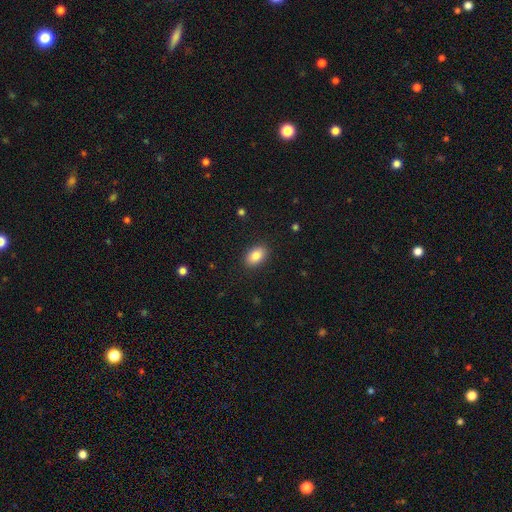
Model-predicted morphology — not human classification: smooth_or_featured: smooth (p=0.86) [alt: star or artifact p=0.08]
how_rounded: in between (p=0.89) [alt: round p=0.10]
merging: none (p=0.89) [alt: minor disturbance p=0.08]